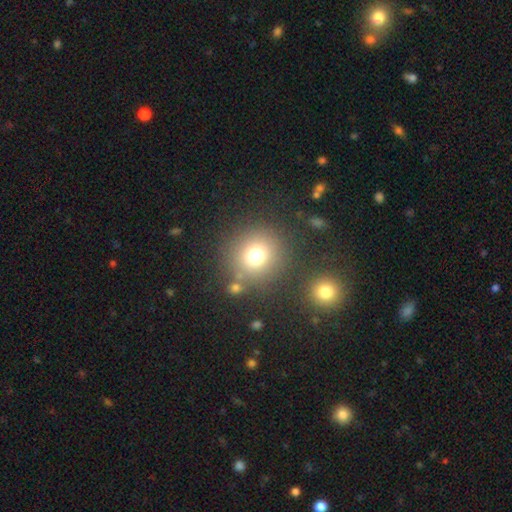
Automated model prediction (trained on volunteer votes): Overall: smooth (73%). How rounded: round (90%). Merging: none (79%).